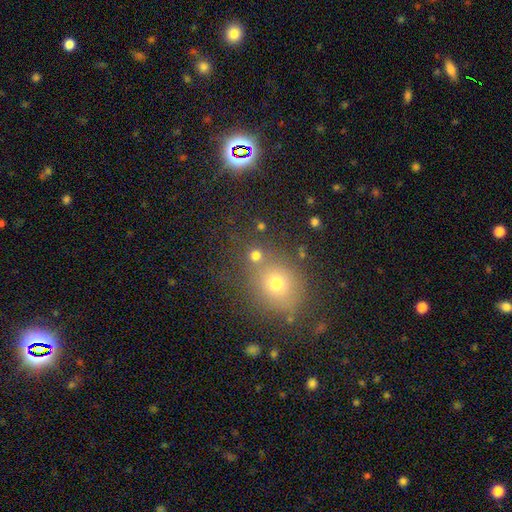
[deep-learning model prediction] Smooth or featured? Predicted: smooth (p=0.72). How rounded? Predicted: round (p=0.87). Merging? Predicted: none (p=0.69).